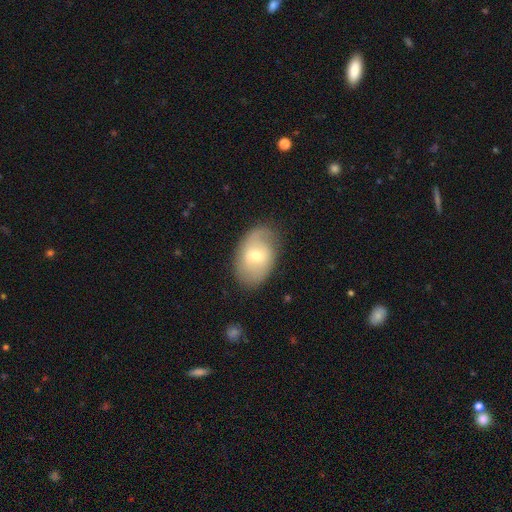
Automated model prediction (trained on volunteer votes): A featured or disk galaxy (47%). Merging: none (76%).